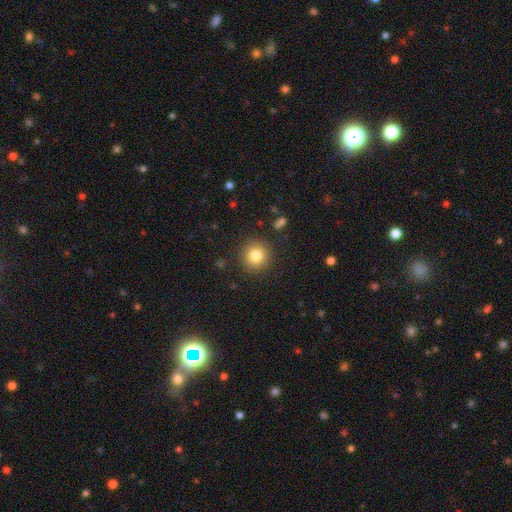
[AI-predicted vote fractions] smooth_or_featured: smooth (p=0.82) [alt: star or artifact p=0.11]
how_rounded: round (p=0.93) [alt: in between p=0.06]
merging: none (p=0.90) [alt: minor disturbance p=0.06]